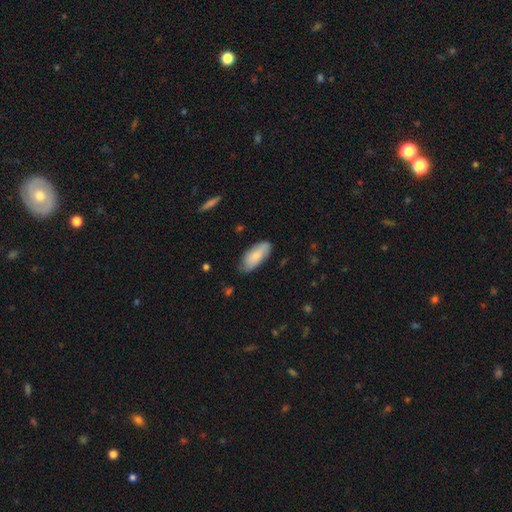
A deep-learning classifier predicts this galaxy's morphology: A smooth galaxy with no disk features (81%) that is in between round and cigar-shaped (83%).

Vote fractions:
- Smooth or featured? smooth: 81% / featured or disk: 13% / star or artifact: 6%
- How rounded? in between: 83% / cigar-shaped: 15% / round: 2%
- Merging? none: 73% / minor disturbance: 22% / major disturbance: 3% / merger: 1%